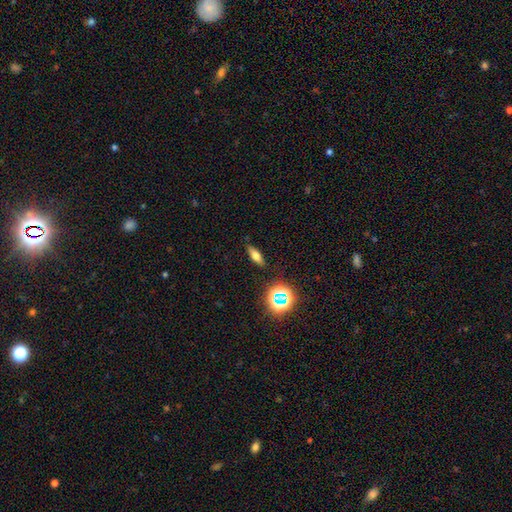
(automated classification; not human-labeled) smooth 59%, featured or disk 24%, star or artifact 17%. Down the decision tree: how rounded — in between (54%); merging — none (86%).